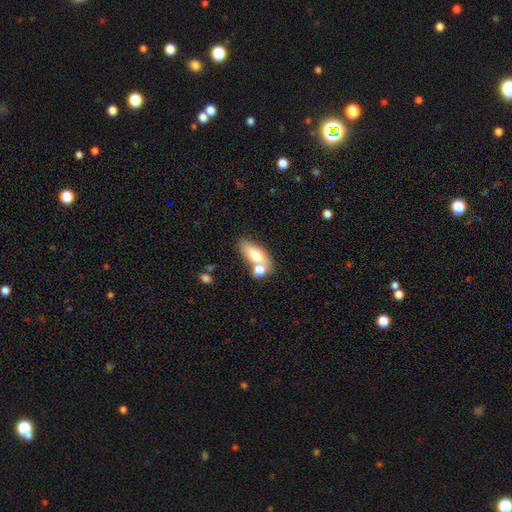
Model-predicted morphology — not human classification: This is likely a smooth galaxy (67%). How rounded: likely in between (74%). Merging: possibly none (51%).